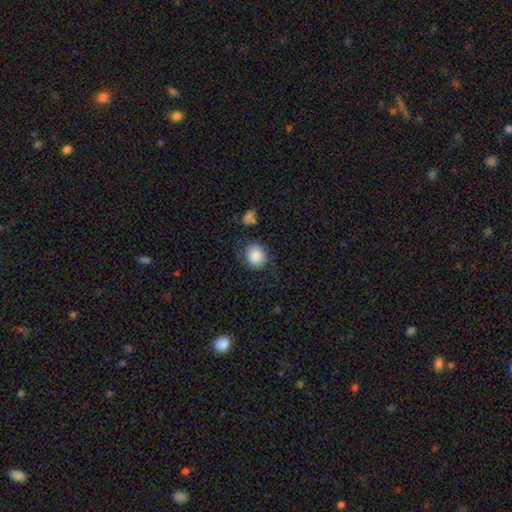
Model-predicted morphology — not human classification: This is clearly a smooth galaxy (83%). How rounded: likely round (71%). Merging: likely none (66%).